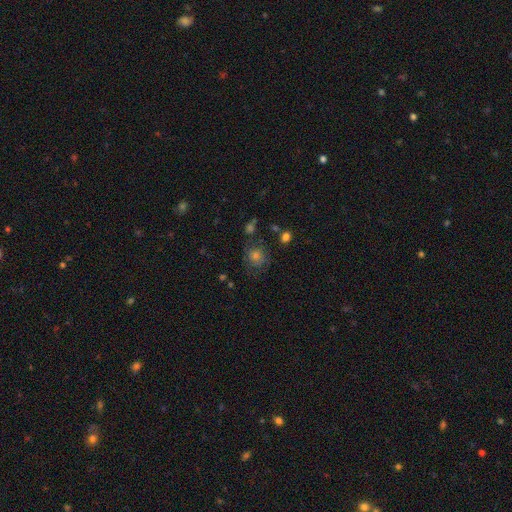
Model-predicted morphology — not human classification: Smooth or featured?
  - smooth: 58% *
  - star or artifact: 24%
  - featured or disk: 18%
How rounded?
  - round: 84% *
  - in between: 15%
  - cigar-shaped: 1%
Merging?
  - none: 71% *
  - minor disturbance: 16%
  - major disturbance: 8%
  - merger: 5%